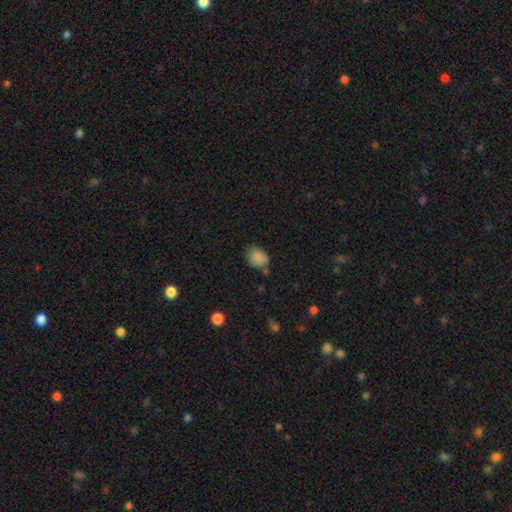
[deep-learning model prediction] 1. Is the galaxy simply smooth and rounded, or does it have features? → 85% smooth, 11% star or artifact, 5% featured or disk.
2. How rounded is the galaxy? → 54% in between, 45% round, 1% cigar-shaped.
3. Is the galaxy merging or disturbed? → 68% none, 23% minor disturbance, 5% major disturbance, 4% merger.